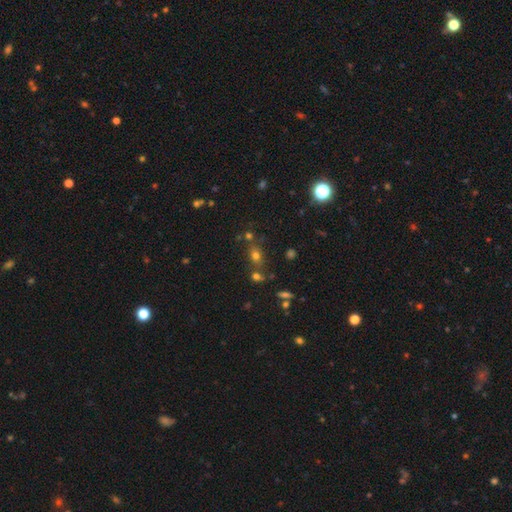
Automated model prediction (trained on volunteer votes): Smooth or featured? smooth (58%)
How rounded? round (57%)
Merging? none (68%)